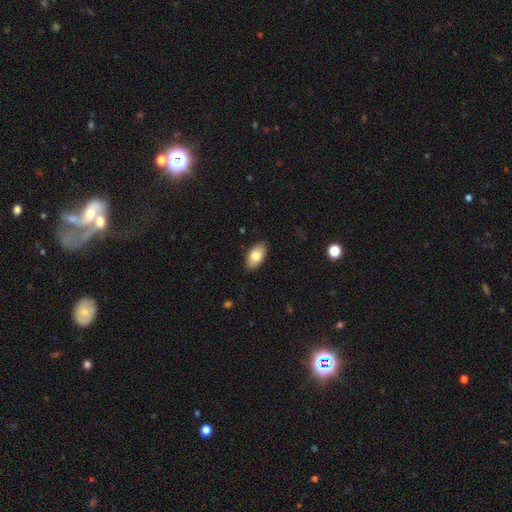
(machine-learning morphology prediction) Smooth or featured: smooth — 81% (featured or disk — 13%)
How rounded: in between — 94% (round — 4%)
Merging: none — 88% (minor disturbance — 9%)